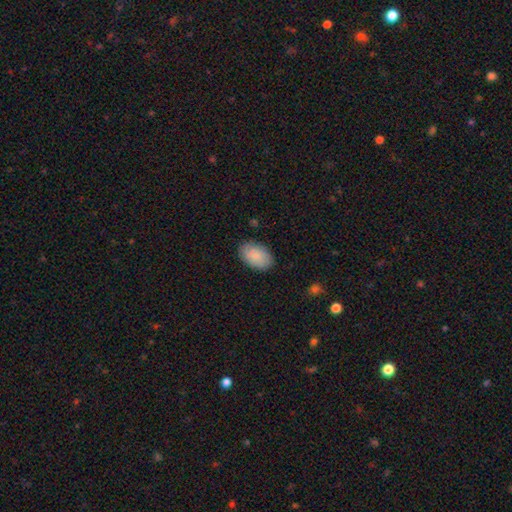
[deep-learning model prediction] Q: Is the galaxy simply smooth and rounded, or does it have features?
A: smooth — 86%.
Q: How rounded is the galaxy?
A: in between — 91%.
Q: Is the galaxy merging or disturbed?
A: none — 85%.